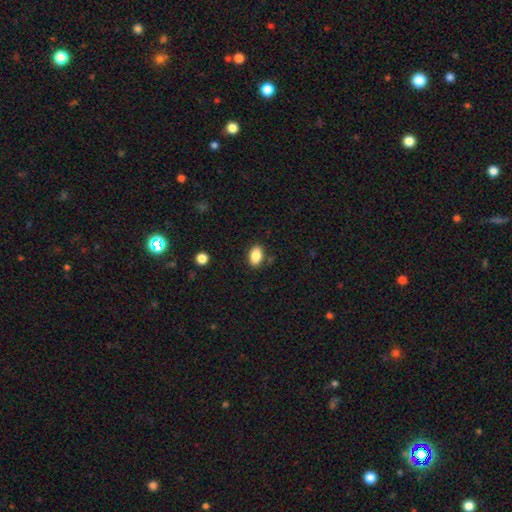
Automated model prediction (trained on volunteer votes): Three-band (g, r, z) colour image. It shows a smooth galaxy with no disk features (87%) that is in between round and cigar-shaped (90%). Merging: none (86%).